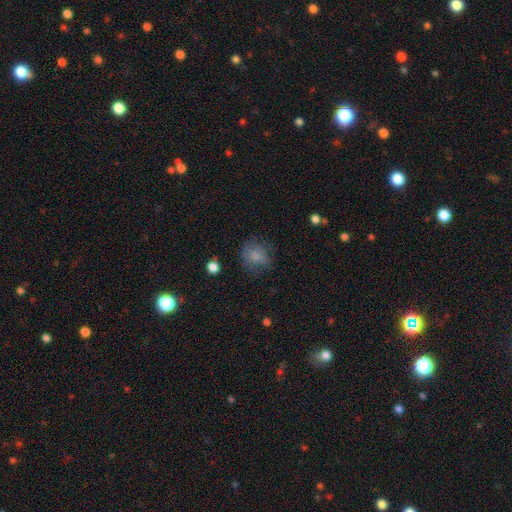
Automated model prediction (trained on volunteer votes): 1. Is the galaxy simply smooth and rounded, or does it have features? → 74% smooth, 14% featured or disk, 11% star or artifact.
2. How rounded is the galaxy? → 73% round, 26% in between, 1% cigar-shaped.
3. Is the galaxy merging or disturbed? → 61% none, 22% minor disturbance, 15% major disturbance, 2% merger.